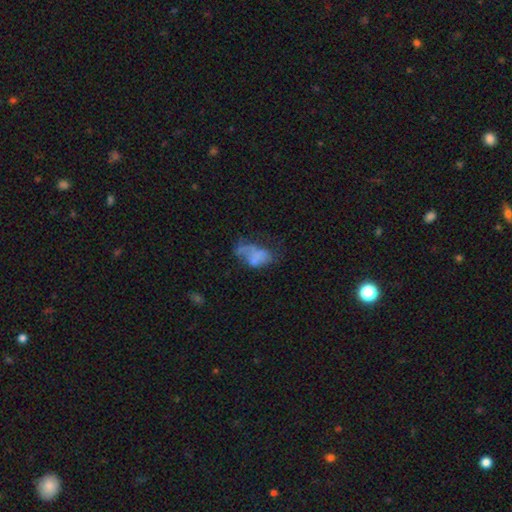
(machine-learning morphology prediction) A smooth galaxy with no disk features (51%) that is in between round and cigar-shaped (90%).

Vote fractions:
- Smooth or featured? smooth: 51% / featured or disk: 35% / star or artifact: 14%
- How rounded? in between: 90% / round: 8% / cigar-shaped: 3%
- Merging? major disturbance: 39% / none: 24% / minor disturbance: 21% / merger: 17%